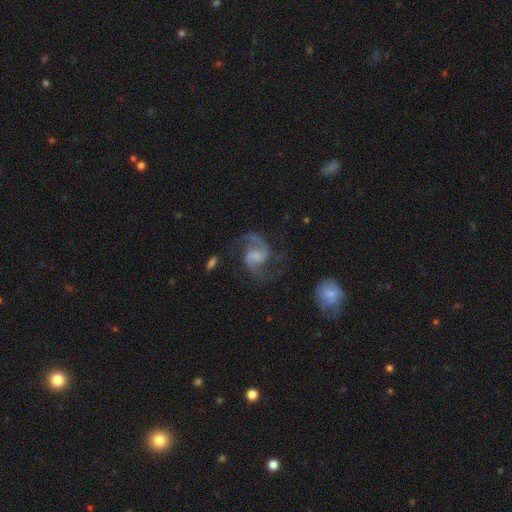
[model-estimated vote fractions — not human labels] This appears to be a featured or disk galaxy (88%) with no bar (48%), 2 (91%) medium (50%) spiral arms (97%) and a small central bulge (38%). Merging: none (67%).